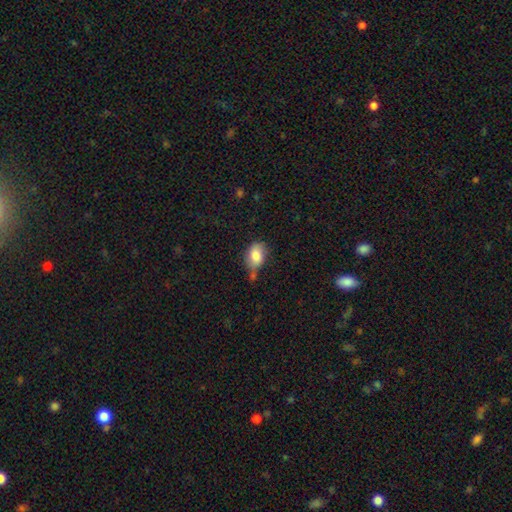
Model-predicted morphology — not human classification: Smooth or featured?
  - smooth: 82% *
  - featured or disk: 10%
  - star or artifact: 8%
How rounded?
  - in between: 78% *
  - round: 21%
  - cigar-shaped: 2%
Merging?
  - none: 48% *
  - minor disturbance: 30%
  - merger: 13%
  - major disturbance: 8%